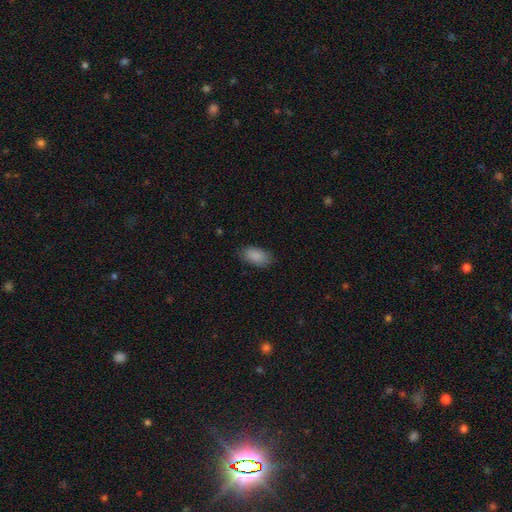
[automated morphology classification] smooth 89%, star or artifact 7%, featured or disk 5%. Down the decision tree: how rounded — in between (93%); merging — none (80%).